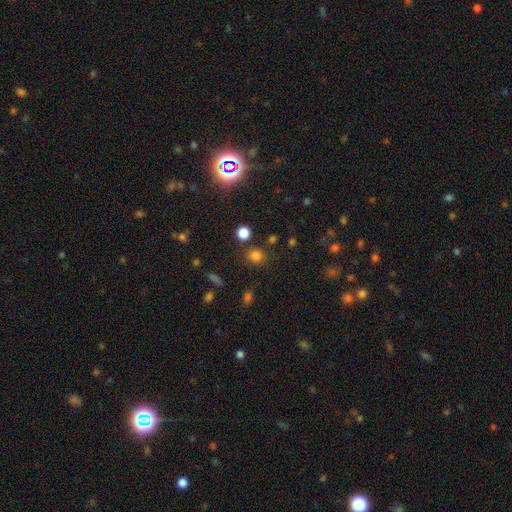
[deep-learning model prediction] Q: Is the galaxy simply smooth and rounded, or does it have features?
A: smooth — 78%.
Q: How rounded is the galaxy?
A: round — 77%.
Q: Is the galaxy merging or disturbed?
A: none — 81%.